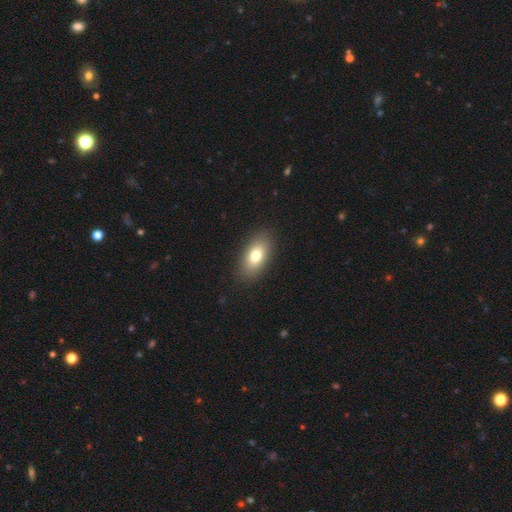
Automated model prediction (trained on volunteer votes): Smooth or featured? Predicted: smooth (p=0.76). How rounded? Predicted: in between (p=0.89). Merging? Predicted: none (p=0.88).